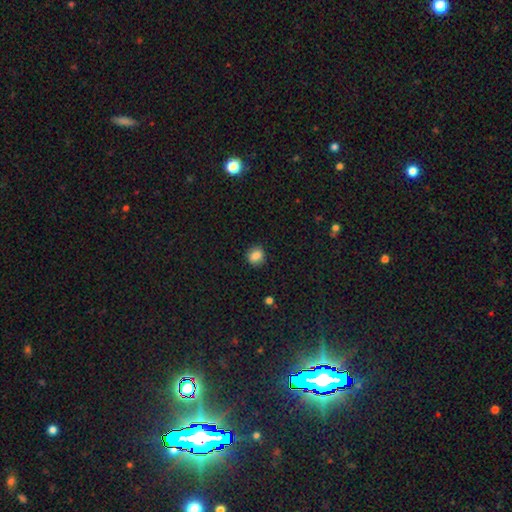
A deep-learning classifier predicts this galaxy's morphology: This appears to be a smooth galaxy with no disk features (85%) that is round (75%). Merging: none (89%).